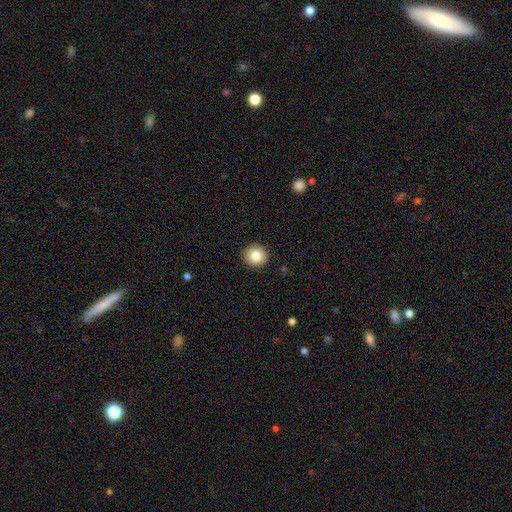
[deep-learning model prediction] smooth 83%, star or artifact 9%, featured or disk 8%. Down the decision tree: how rounded — round (92%); merging — none (92%).